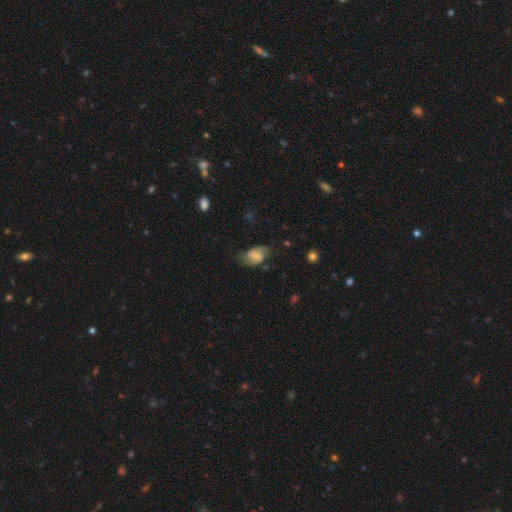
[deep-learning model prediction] This appears to be a smooth galaxy with no disk features (47%). Merging: none (57%).